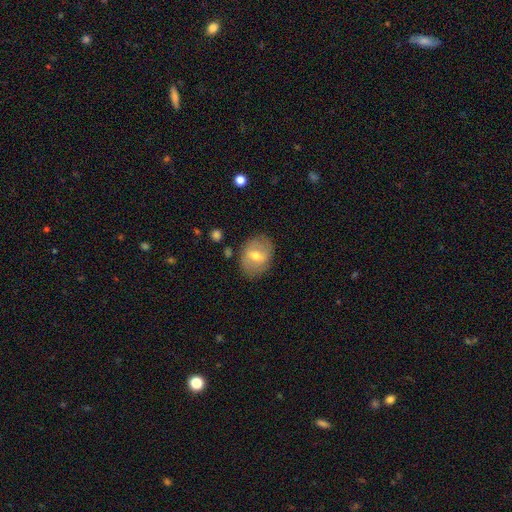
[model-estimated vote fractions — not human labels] This appears to be a smooth galaxy with no disk features (47%). Merging: none (78%).